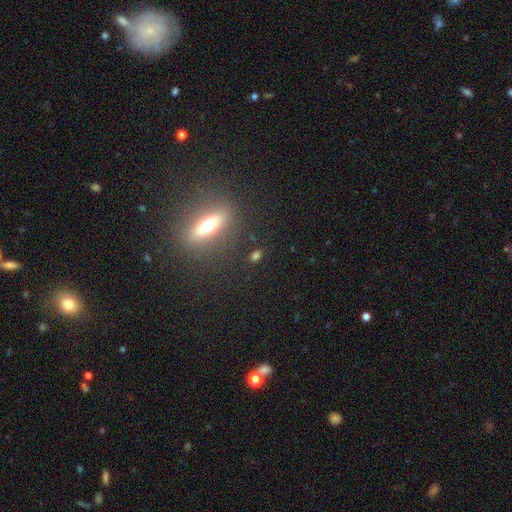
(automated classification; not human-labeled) Smooth or featured? Predicted: smooth (p=0.64). How rounded? Predicted: in between (p=0.55). Merging? Predicted: none (p=0.82).